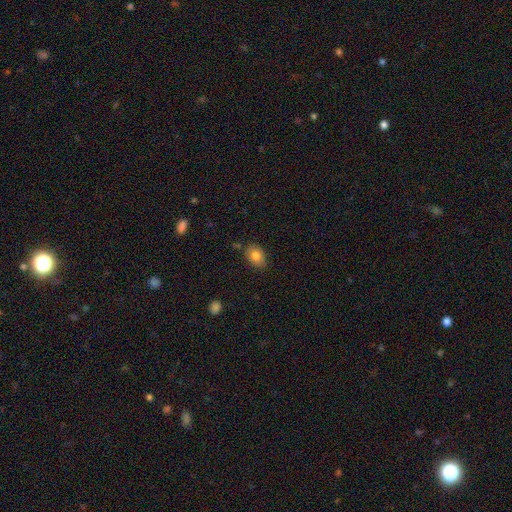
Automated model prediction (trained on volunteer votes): Smooth or featured?
  - smooth: 82% *
  - featured or disk: 10%
  - star or artifact: 9%
How rounded?
  - in between: 74% *
  - round: 25%
  - cigar-shaped: 1%
Merging?
  - none: 82% *
  - minor disturbance: 13%
  - merger: 3%
  - major disturbance: 2%